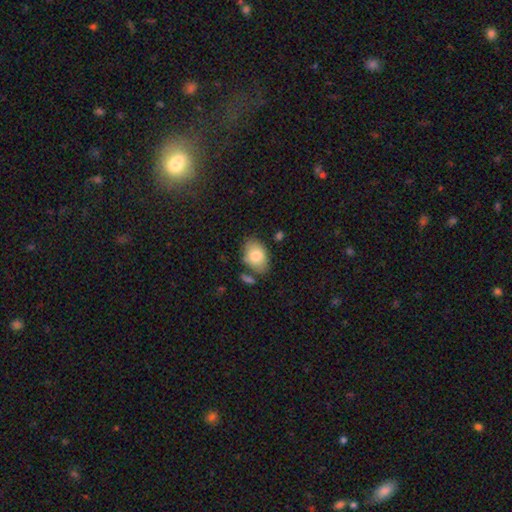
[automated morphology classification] smooth 81%, featured or disk 12%, star or artifact 7%. Down the decision tree: how rounded — in between (85%); merging — none (68%).